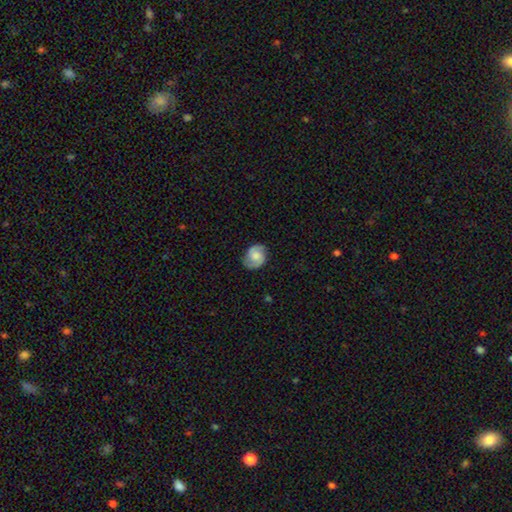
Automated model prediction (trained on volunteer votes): This is likely a featured or disk galaxy (65%). It is clearly not viewed edge-on (98%). Bar: possibly no (54%). Spiral arm pattern: clearly yes (94%). Spiral arm count: clearly 2 (90%). Spiral winding: possibly medium (50%). Central bulge: marginally moderate (40%). Merging: clearly none (82%).